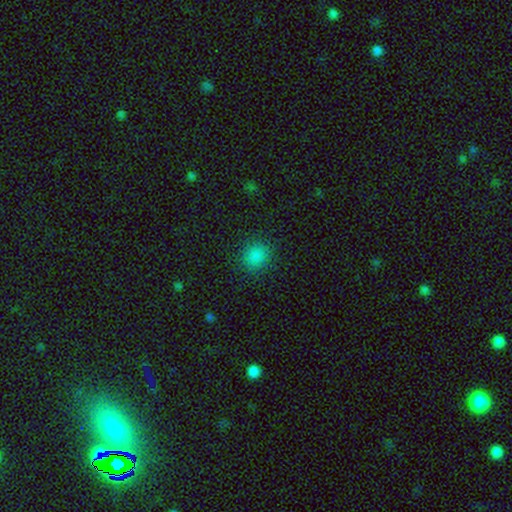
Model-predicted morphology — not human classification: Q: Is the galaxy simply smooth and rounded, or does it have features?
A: smooth — 84%.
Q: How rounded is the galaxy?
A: round — 79%.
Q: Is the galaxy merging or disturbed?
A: none — 88%.